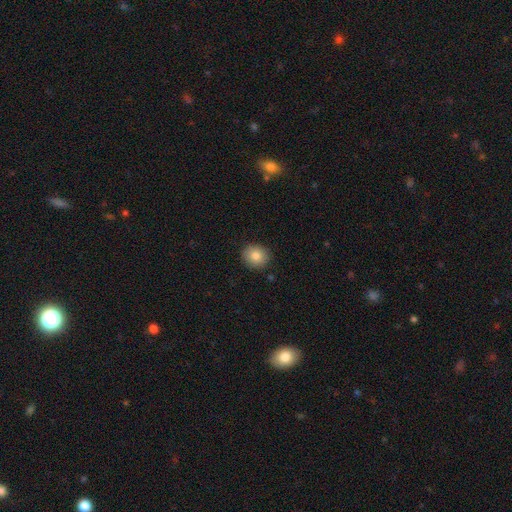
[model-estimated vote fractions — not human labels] Q: Smooth or featured?
A: smooth (84%); runner-up: star or artifact (9%)
Q: How rounded?
A: round (81%); runner-up: in between (18%)
Q: Merging?
A: none (89%); runner-up: minor disturbance (8%)